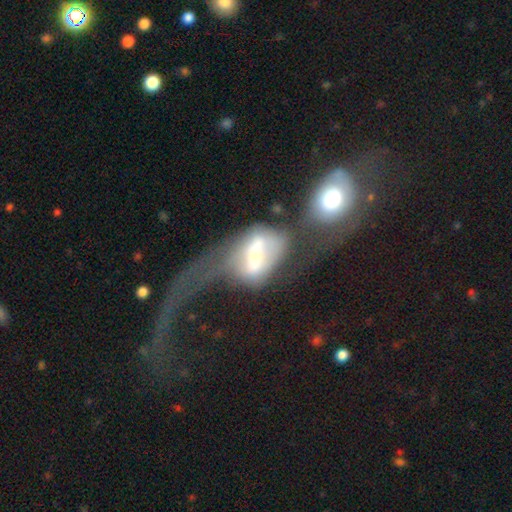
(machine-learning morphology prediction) type=featured or disk (54%); edge-on=no (86%); merging=major disturbance (45%).